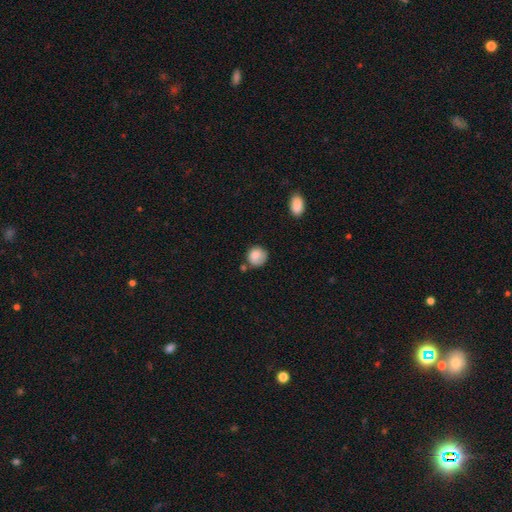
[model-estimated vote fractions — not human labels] Morphology: type=smooth (83%); roundness=round (84%); merging=none (60%).